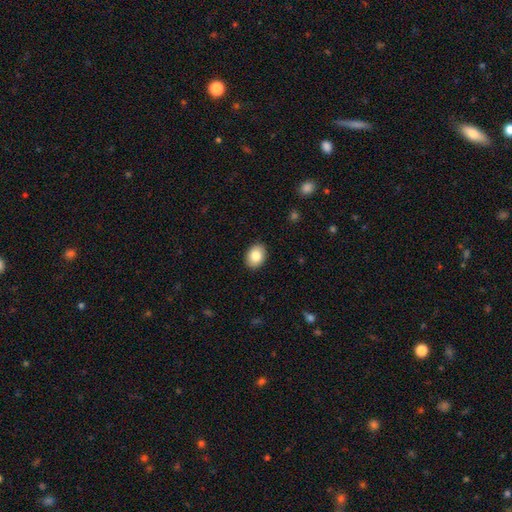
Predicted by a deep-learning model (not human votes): A smooth galaxy with no disk features (84%) that is in between round and cigar-shaped (69%).

Vote fractions:
- Smooth or featured? smooth: 84% / featured or disk: 8% / star or artifact: 7%
- How rounded? in between: 69% / round: 30% / cigar-shaped: 1%
- Merging? none: 90% / minor disturbance: 7% / major disturbance: 2% / merger: 1%